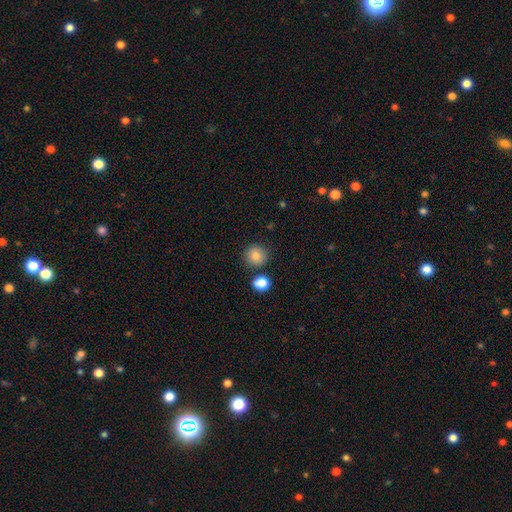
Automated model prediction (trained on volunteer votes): This is clearly a smooth galaxy (84%). How rounded: clearly round (90%). Merging: clearly none (82%).